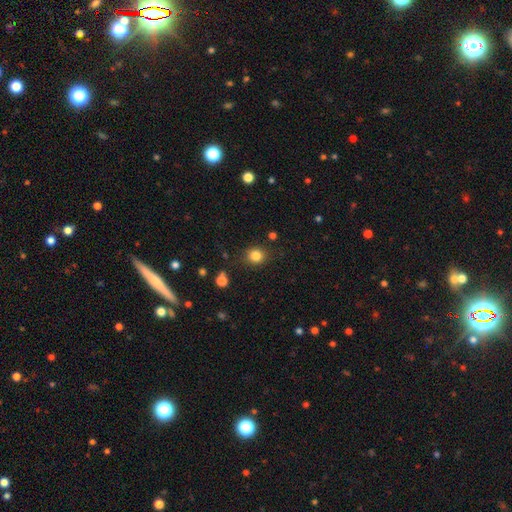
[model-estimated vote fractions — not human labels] A smooth galaxy with no disk features (83%) that is round (79%).

Vote fractions:
- Smooth or featured? smooth: 83% / star or artifact: 12% / featured or disk: 5%
- How rounded? round: 79% / in between: 20% / cigar-shaped: 1%
- Merging? none: 83% / minor disturbance: 11% / major disturbance: 4% / merger: 3%